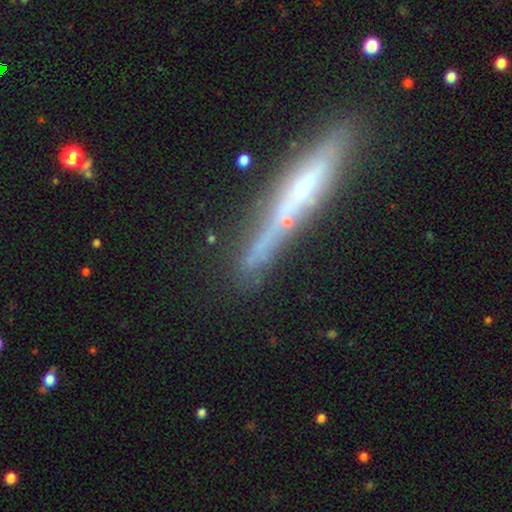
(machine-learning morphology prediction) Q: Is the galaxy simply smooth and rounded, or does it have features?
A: featured or disk — 37%.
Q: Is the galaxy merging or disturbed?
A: none — 71%.